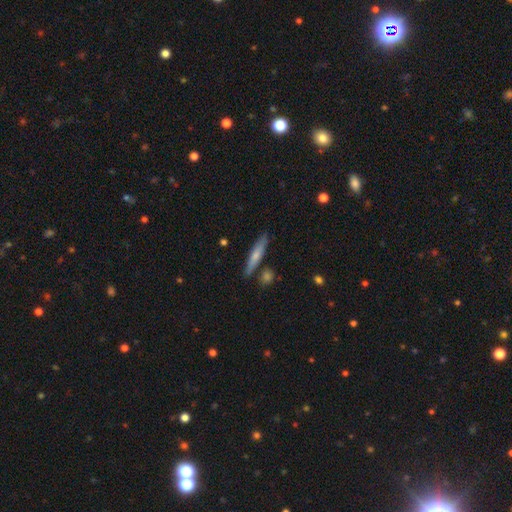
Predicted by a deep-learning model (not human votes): This is likely a smooth galaxy (63%). How rounded: clearly cigar-shaped (89%). Merging: clearly none (82%).